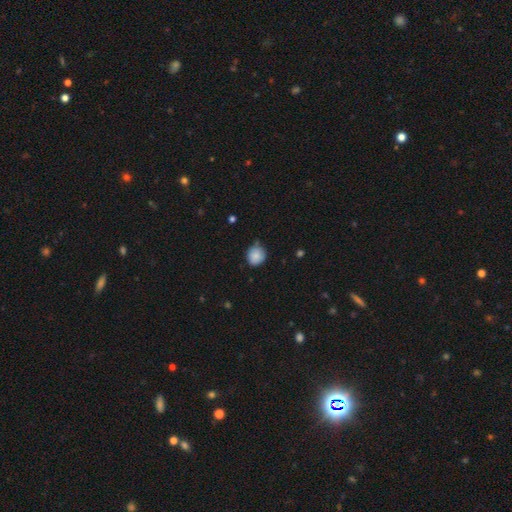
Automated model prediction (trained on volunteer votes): Smooth or featured?
  - smooth: 84% *
  - star or artifact: 8%
  - featured or disk: 7%
How rounded?
  - round: 81% *
  - in between: 18%
  - cigar-shaped: 1%
Merging?
  - none: 68% *
  - minor disturbance: 26%
  - major disturbance: 4%
  - merger: 2%